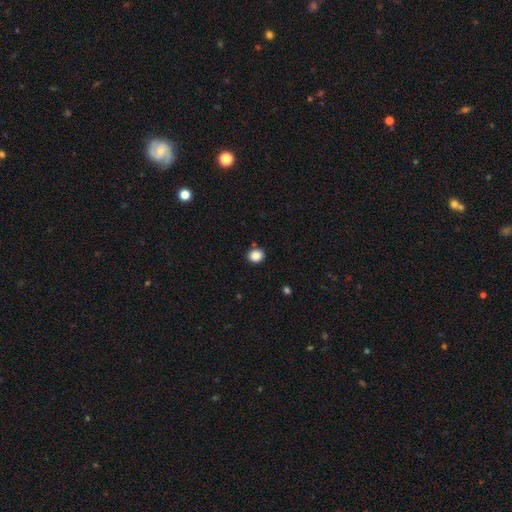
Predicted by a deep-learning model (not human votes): A smooth galaxy with no disk features (87%) that is round (72%).

Vote fractions:
- Smooth or featured? smooth: 87% / star or artifact: 10% / featured or disk: 3%
- How rounded? round: 72% / in between: 27% / cigar-shaped: 1%
- Merging? none: 85% / minor disturbance: 9% / merger: 3% / major disturbance: 2%